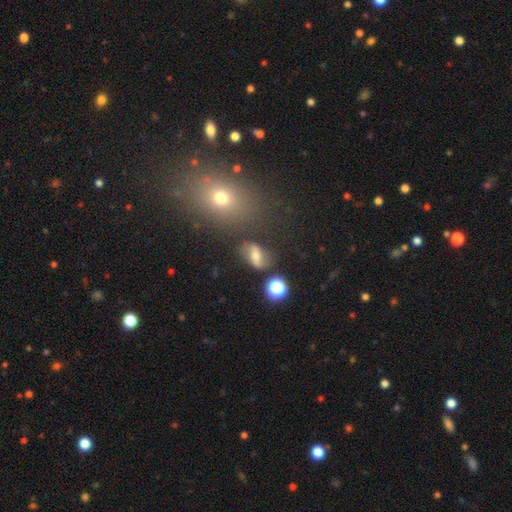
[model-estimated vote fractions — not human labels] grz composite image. It shows a featured or disk galaxy (48%). Merging: none (65%).